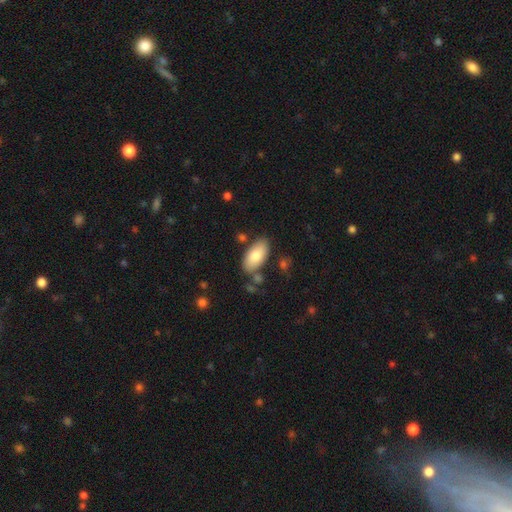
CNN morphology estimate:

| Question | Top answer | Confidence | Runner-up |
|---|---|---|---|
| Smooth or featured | smooth | 80% | featured or disk (14%) |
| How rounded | in between | 94% | cigar-shaped (4%) |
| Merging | none | 78% | minor disturbance (13%) |